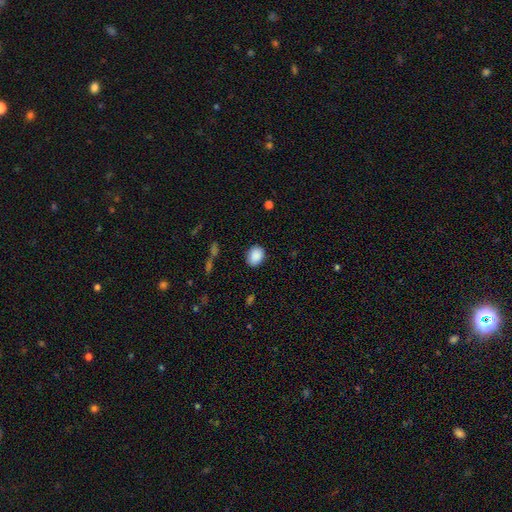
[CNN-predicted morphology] smooth 89%, star or artifact 8%, featured or disk 3%. Down the decision tree: how rounded — in between (60%); merging — none (86%).